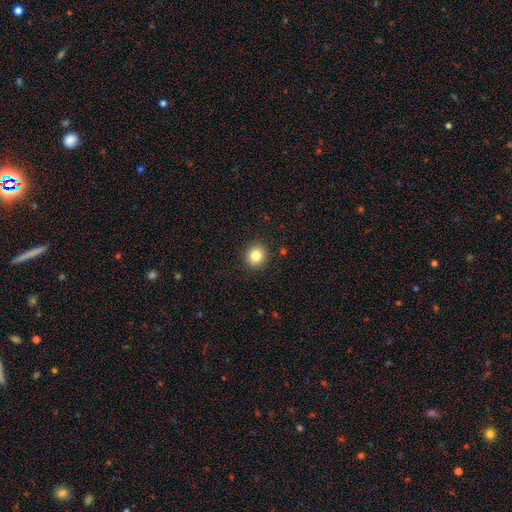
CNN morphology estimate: Q: Smooth or featured?
A: smooth (82%); runner-up: star or artifact (11%)
Q: How rounded?
A: round (90%); runner-up: in between (9%)
Q: Merging?
A: none (92%); runner-up: minor disturbance (6%)